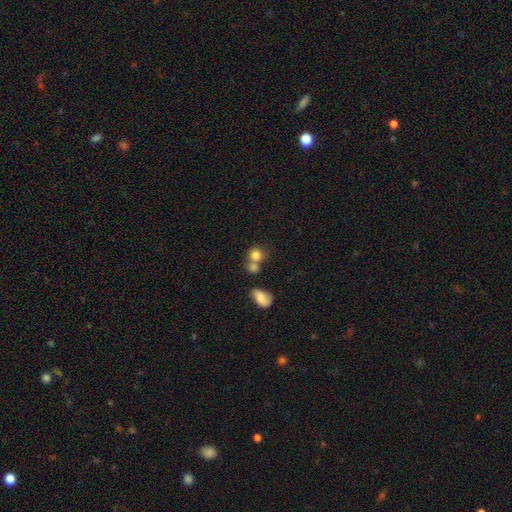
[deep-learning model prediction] This appears to be a smooth galaxy with no disk features (81%) that is round (79%). Merging: none (45%).